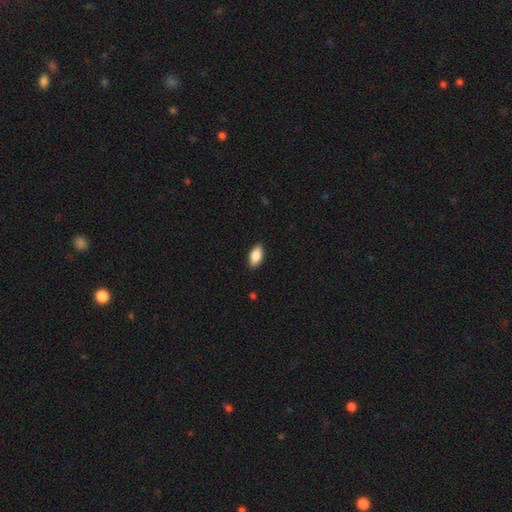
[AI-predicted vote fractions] This appears to be a smooth galaxy with no disk features (85%) that is in between round and cigar-shaped (91%). Merging: none (88%).